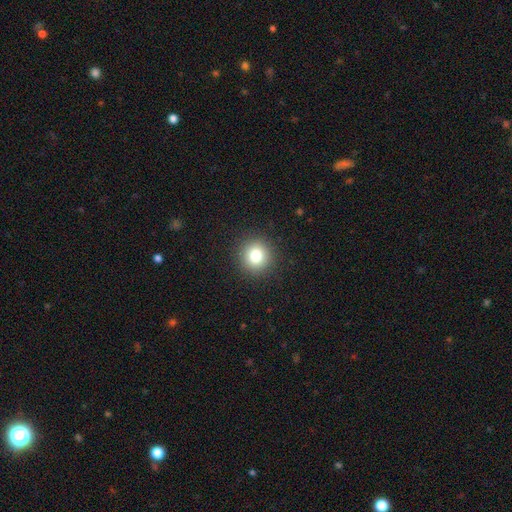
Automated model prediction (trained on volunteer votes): Smooth or featured? Predicted: smooth (p=0.80). How rounded? Predicted: round (p=0.92). Merging? Predicted: none (p=0.92).